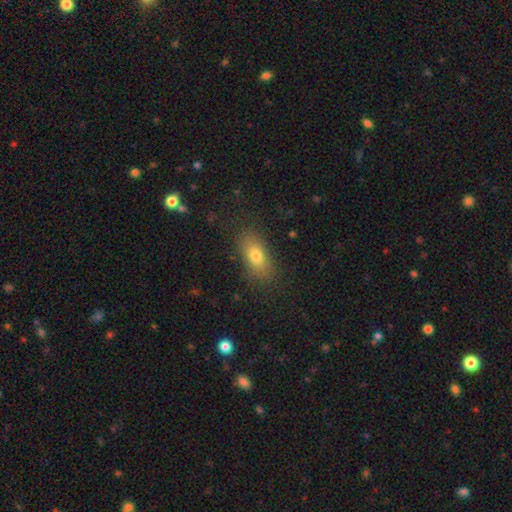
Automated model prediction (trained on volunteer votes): This is likely a smooth galaxy (77%). How rounded: clearly in between (82%). Merging: clearly none (81%).